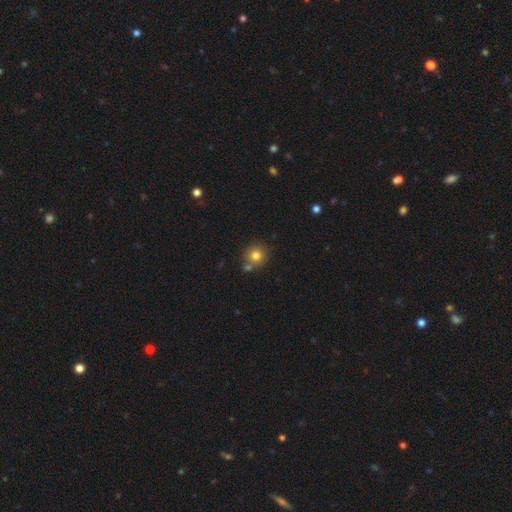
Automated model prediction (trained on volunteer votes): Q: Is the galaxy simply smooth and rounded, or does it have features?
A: smooth — 79%.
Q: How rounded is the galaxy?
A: round — 90%.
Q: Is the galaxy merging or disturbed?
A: none — 69%.